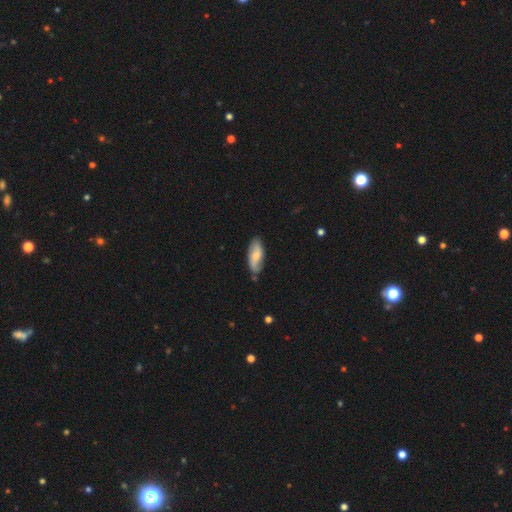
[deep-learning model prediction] This is possibly a smooth galaxy (59%). How rounded: likely in between (80%). Merging: likely none (76%).